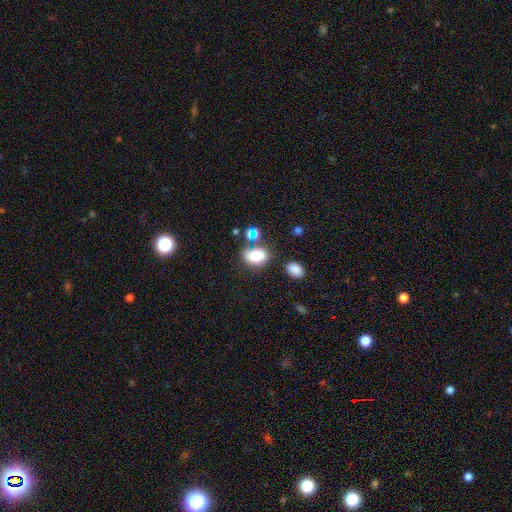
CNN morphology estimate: The model was most divided on "merging": none: 55%, merger: 20%, minor disturbance: 18%, major disturbance: 7%. More confident: smooth or featured — smooth (79%); how rounded — in between (76%).